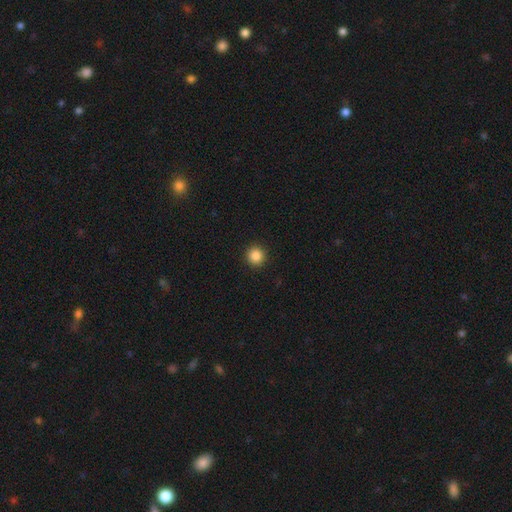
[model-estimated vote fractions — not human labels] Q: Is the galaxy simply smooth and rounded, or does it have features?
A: smooth — 87%.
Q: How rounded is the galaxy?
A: round — 94%.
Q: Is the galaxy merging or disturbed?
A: none — 93%.